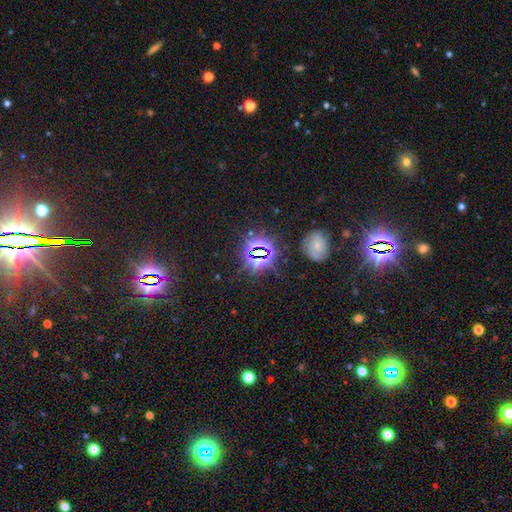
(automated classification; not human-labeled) Q: Smooth or featured?
A: star or artifact (76%); runner-up: smooth (15%)